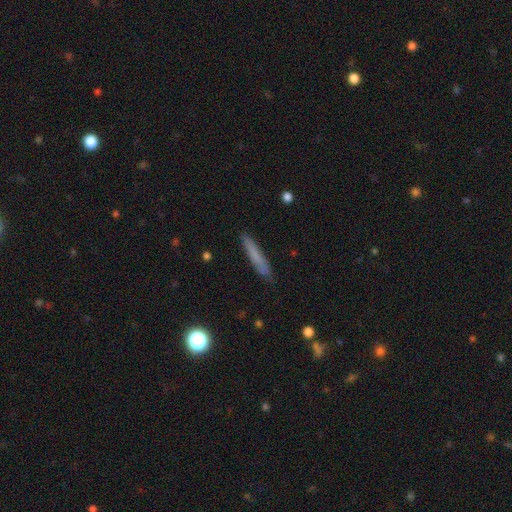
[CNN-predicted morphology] The model was most divided on "smooth or featured": smooth: 70%, featured or disk: 22%, star or artifact: 8%. More confident: how rounded — cigar-shaped (94%); merging — none (87%).